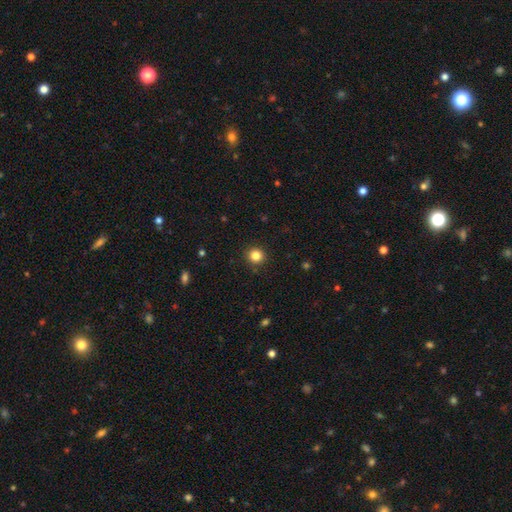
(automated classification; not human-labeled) This is clearly a smooth galaxy (84%). How rounded: clearly round (94%). Merging: clearly none (92%).